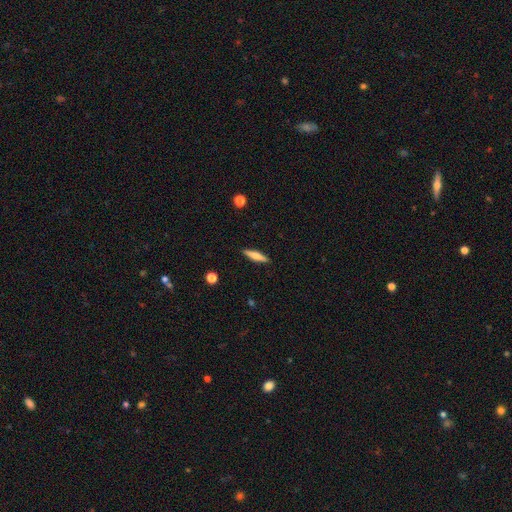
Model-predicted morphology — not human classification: Smooth or featured: smooth — 50% (featured or disk — 44%)
Merging: none — 90% (minor disturbance — 7%)